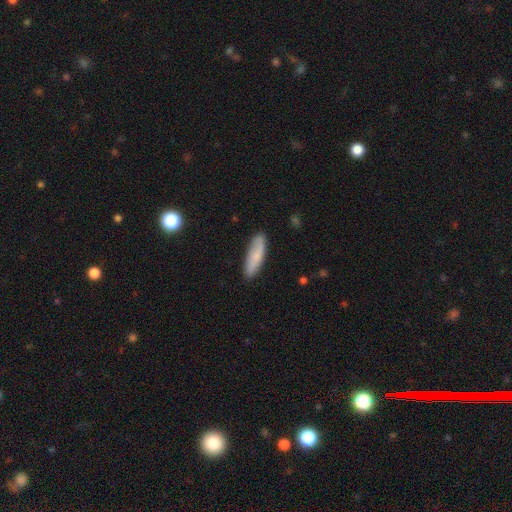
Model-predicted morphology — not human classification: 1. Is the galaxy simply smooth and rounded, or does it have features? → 77% smooth, 17% featured or disk, 6% star or artifact.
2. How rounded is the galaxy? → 65% cigar-shaped, 33% in between, 2% round.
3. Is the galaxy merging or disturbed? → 84% none, 13% minor disturbance, 2% major disturbance, 1% merger.